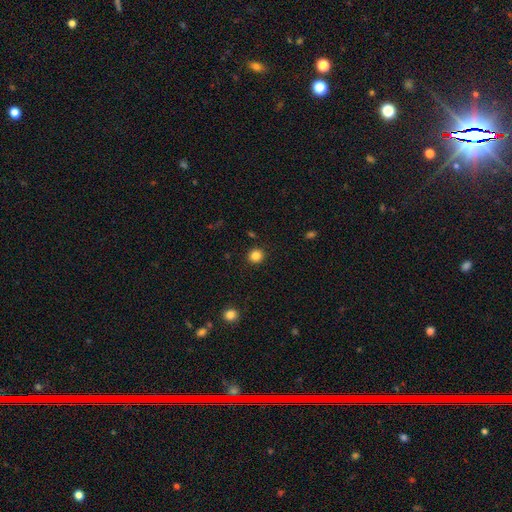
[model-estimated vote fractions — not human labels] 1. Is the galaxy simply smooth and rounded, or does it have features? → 84% smooth, 12% star or artifact, 4% featured or disk.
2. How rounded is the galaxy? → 92% round, 7% in between, 1% cigar-shaped.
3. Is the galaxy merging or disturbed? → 92% none, 5% minor disturbance, 2% major disturbance, 1% merger.